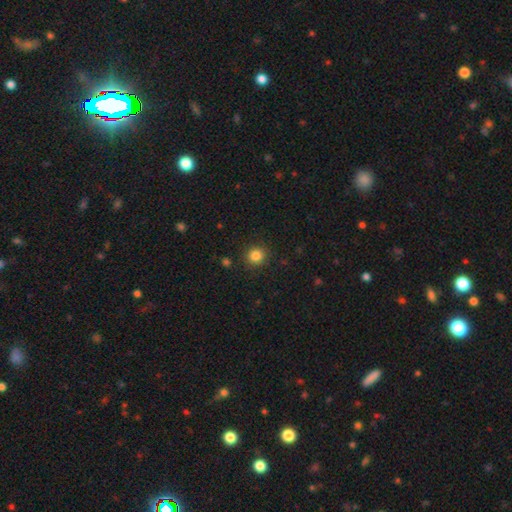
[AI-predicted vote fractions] Smooth or featured: smooth — 83% (star or artifact — 12%)
How rounded: round — 90% (in between — 9%)
Merging: none — 90% (minor disturbance — 6%)